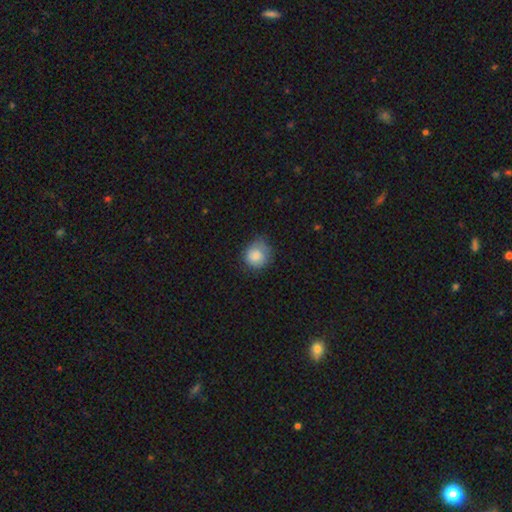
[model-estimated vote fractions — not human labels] This is clearly a smooth galaxy (82%). How rounded: clearly round (81%). Merging: possibly none (57%).